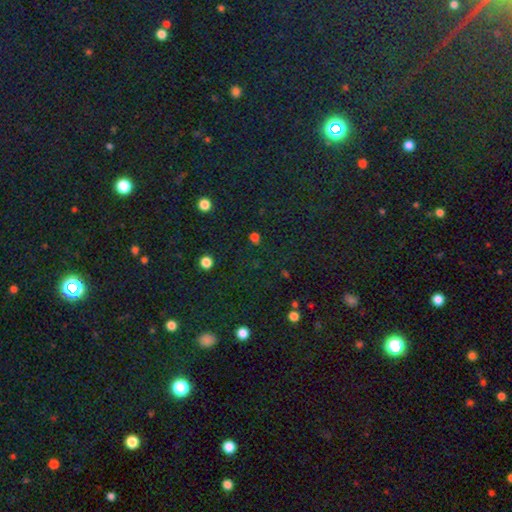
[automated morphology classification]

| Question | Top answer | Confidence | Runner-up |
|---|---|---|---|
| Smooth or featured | star or artifact | 74% | smooth (19%) |